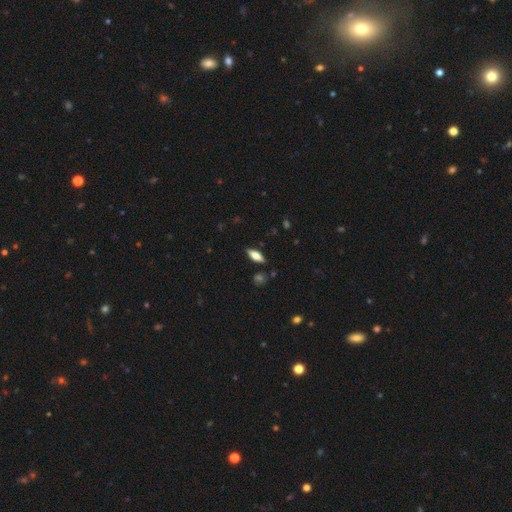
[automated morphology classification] A smooth galaxy with no disk features (64%) that is in between round and cigar-shaped (64%).

Vote fractions:
- Smooth or featured? smooth: 64% / featured or disk: 29% / star or artifact: 8%
- How rounded? in between: 64% / cigar-shaped: 33% / round: 3%
- Merging? none: 85% / minor disturbance: 10% / major disturbance: 2% / merger: 2%